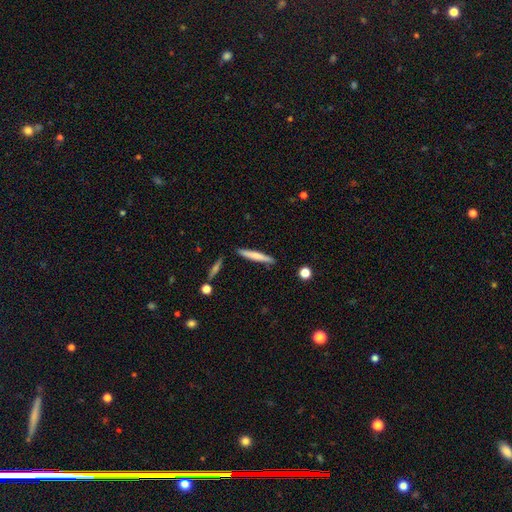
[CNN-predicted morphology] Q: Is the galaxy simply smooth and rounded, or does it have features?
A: smooth — 67%.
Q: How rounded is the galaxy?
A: cigar-shaped — 95%.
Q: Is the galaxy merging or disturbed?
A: none — 88%.